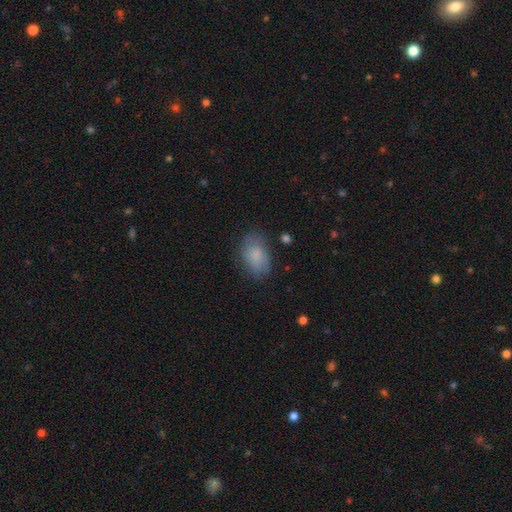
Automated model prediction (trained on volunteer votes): This is clearly a smooth galaxy (80%). How rounded: clearly in between (87%). Merging: likely none (70%).